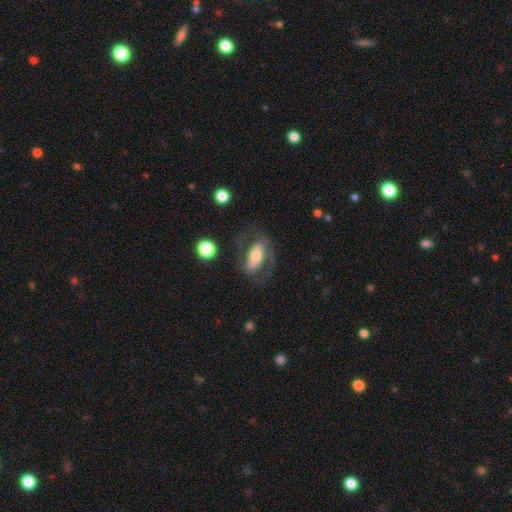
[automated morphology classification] This appears to be a featured or disk galaxy (58%) with no bar (41%), spiral arms (58%) and a moderate central bulge (57%). Merging: none (59%).